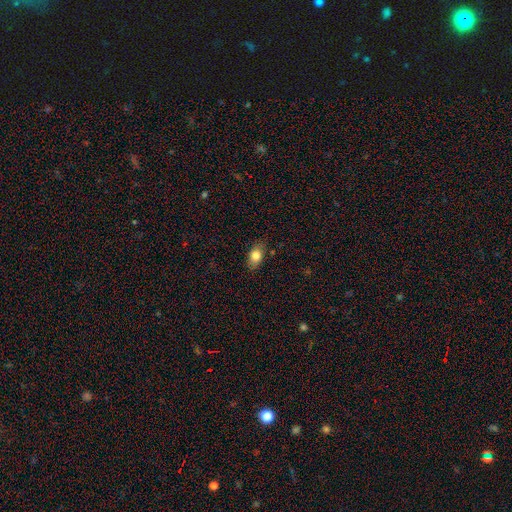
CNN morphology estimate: type=smooth (81%); roundness=in between (82%); merging=none (79%).